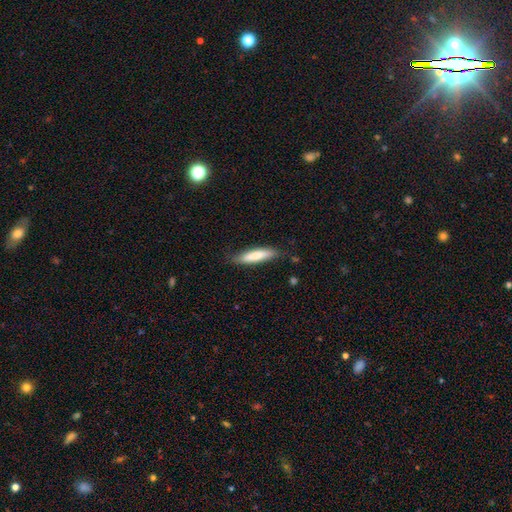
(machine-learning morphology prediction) This appears to be a smooth galaxy with no disk features (79%) that is cigar-shaped (79%). Merging: none (79%).